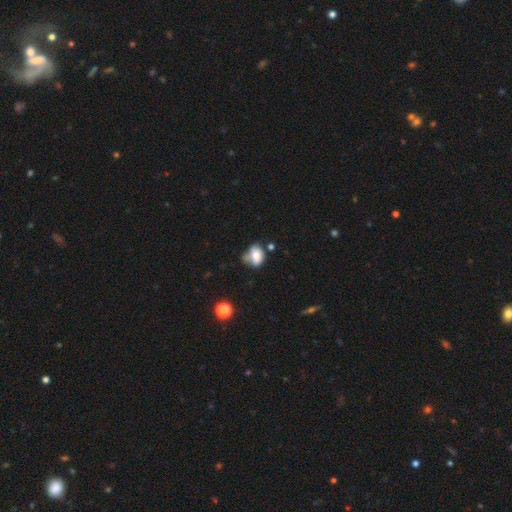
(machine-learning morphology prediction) Smooth or featured? smooth (70%)
How rounded? in between (60%)
Merging? none (36%)